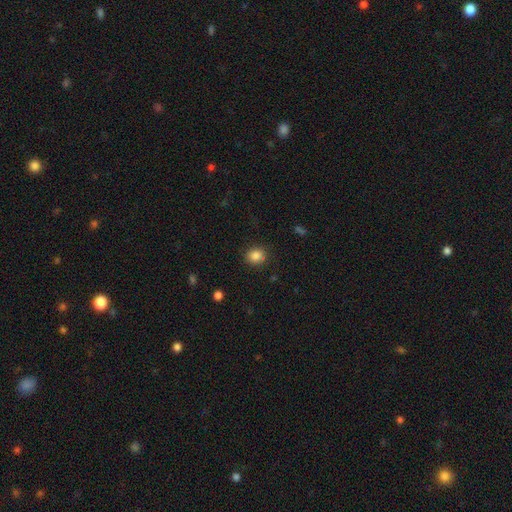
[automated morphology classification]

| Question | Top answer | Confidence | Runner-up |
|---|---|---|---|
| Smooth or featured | smooth | 85% | star or artifact (10%) |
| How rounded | round | 79% | in between (20%) |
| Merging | none | 87% | minor disturbance (9%) |